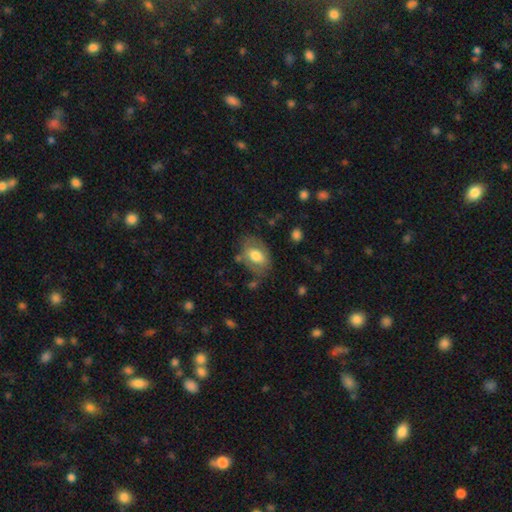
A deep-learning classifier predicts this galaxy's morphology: type=smooth (66%); roundness=in between (84%); merging=none (64%).